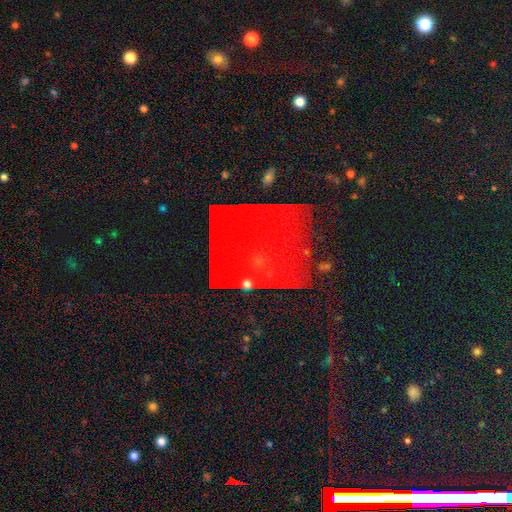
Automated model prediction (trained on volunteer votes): smooth-or-featured: star or artifact: 53% | featured or disk: 27% | smooth: 20%